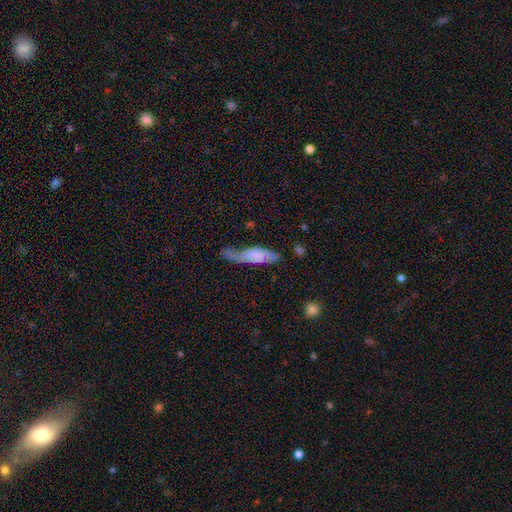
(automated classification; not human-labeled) smooth-or-featured: smooth: 54% | featured or disk: 39% | star or artifact: 7%
  how-rounded: cigar-shaped: 53% | in between: 45% | round: 3%
  merging: none: 33% | minor disturbance: 31% | major disturbance: 30% | merger: 6%